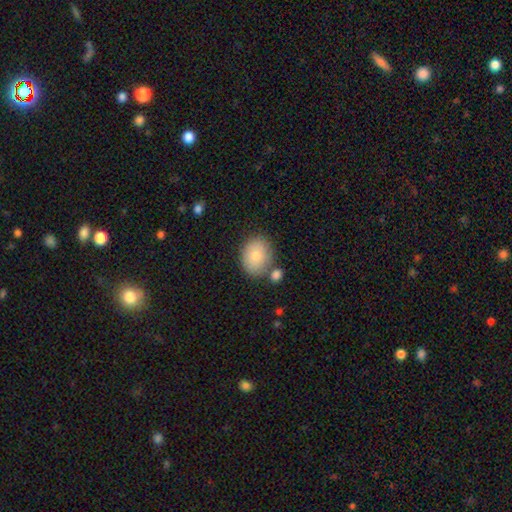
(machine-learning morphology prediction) Smooth or featured?
  - smooth: 81% *
  - featured or disk: 12%
  - star or artifact: 7%
How rounded?
  - in between: 57% *
  - round: 42%
  - cigar-shaped: 1%
Merging?
  - none: 71% *
  - minor disturbance: 15%
  - merger: 11%
  - major disturbance: 4%